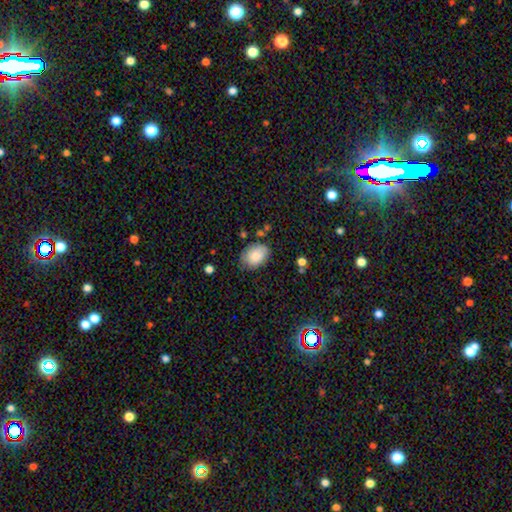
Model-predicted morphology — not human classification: smooth-or-featured: smooth: 84% | featured or disk: 9% | star or artifact: 7%
  how-rounded: in between: 76% | round: 23% | cigar-shaped: 1%
  merging: none: 70% | minor disturbance: 23% | major disturbance: 5% | merger: 3%